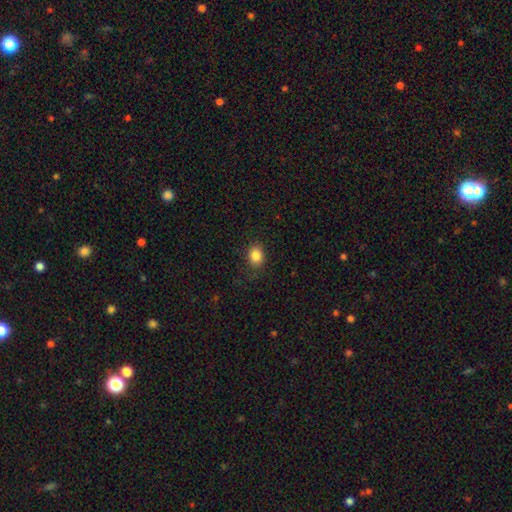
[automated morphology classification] This appears to be a smooth galaxy with no disk features (85%) that is round (50%). Merging: none (84%).